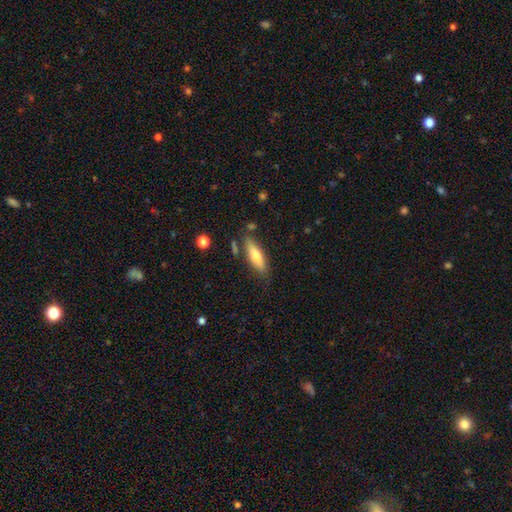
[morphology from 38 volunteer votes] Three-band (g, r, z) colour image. It shows a smooth galaxy with no disk features (55%) that is cigar-shaped (67%). Merging: none (72%).